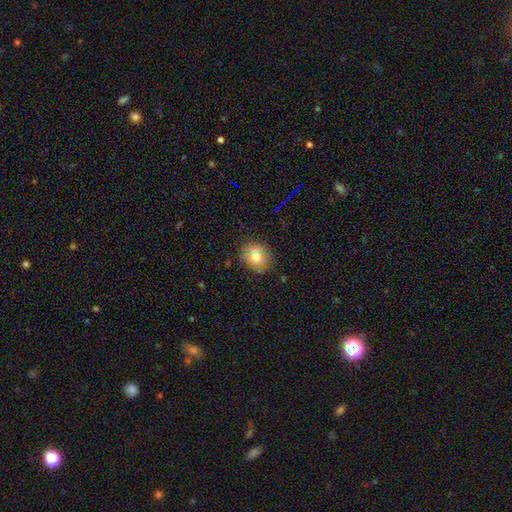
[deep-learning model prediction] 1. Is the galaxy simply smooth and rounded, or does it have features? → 74% smooth, 13% featured or disk, 13% star or artifact.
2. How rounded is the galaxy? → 67% round, 32% in between, 1% cigar-shaped.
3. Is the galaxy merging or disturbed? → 81% none, 14% minor disturbance, 3% major disturbance, 1% merger.